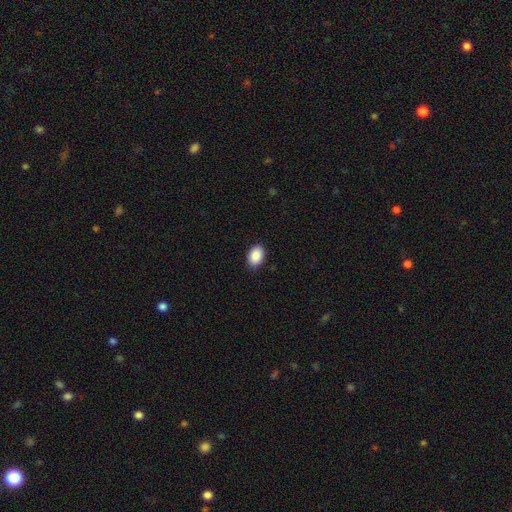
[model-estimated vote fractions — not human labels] A smooth galaxy with no disk features (90%) that is in between round and cigar-shaped (89%). Merging: none (89%).